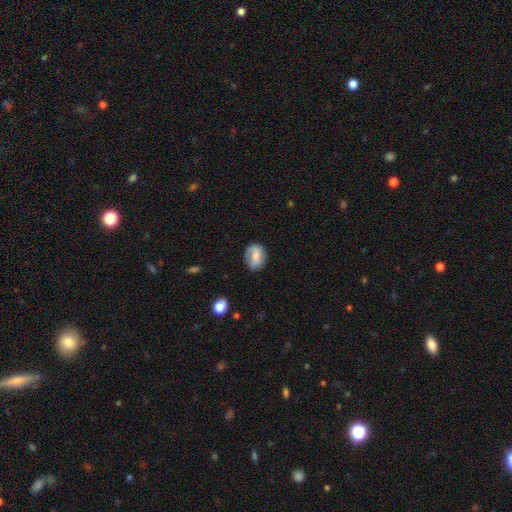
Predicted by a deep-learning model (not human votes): A smooth galaxy with no disk features (50%) that is in between round and cigar-shaped (54%). Merging: none (67%).